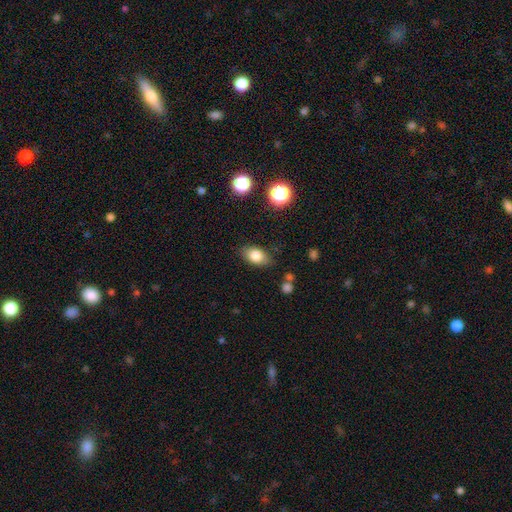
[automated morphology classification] A smooth galaxy with no disk features (81%) that is in between round and cigar-shaped (85%).

Vote fractions:
- Smooth or featured? smooth: 81% / featured or disk: 10% / star or artifact: 9%
- How rounded? in between: 85% / round: 13% / cigar-shaped: 2%
- Merging? none: 81% / minor disturbance: 13% / major disturbance: 3% / merger: 2%